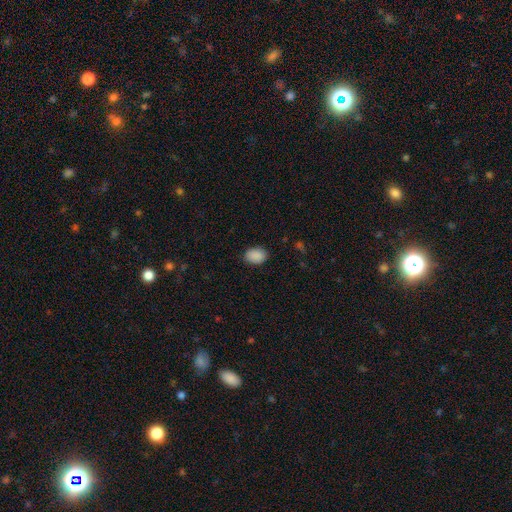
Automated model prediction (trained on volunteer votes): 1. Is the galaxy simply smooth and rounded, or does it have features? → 90% smooth, 7% star or artifact, 3% featured or disk.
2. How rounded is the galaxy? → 79% in between, 20% round, 1% cigar-shaped.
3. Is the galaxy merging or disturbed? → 87% none, 10% minor disturbance, 2% major disturbance, 1% merger.